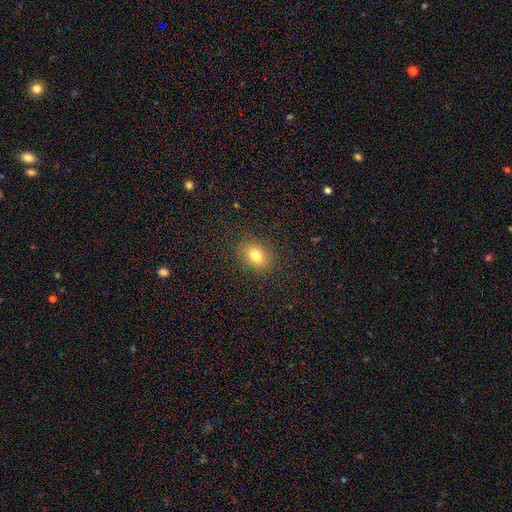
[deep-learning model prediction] Smooth or featured? smooth (79%)
How rounded? in between (66%)
Merging? none (87%)